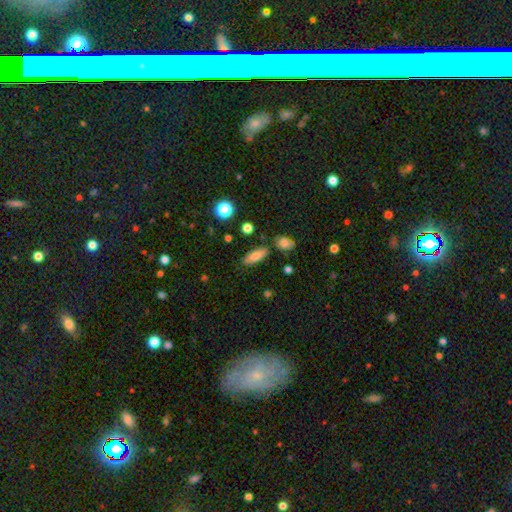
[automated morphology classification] Smooth or featured: smooth — 79% (featured or disk — 12%)
How rounded: in between — 66% (cigar-shaped — 30%)
Merging: none — 81% (minor disturbance — 11%)